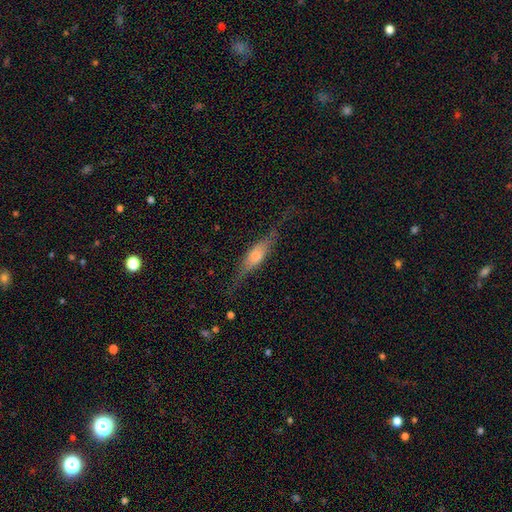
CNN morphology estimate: type=featured or disk (64%); edge-on=yes (90%); edge-on bulge=rounded (81%); merging=none (73%).